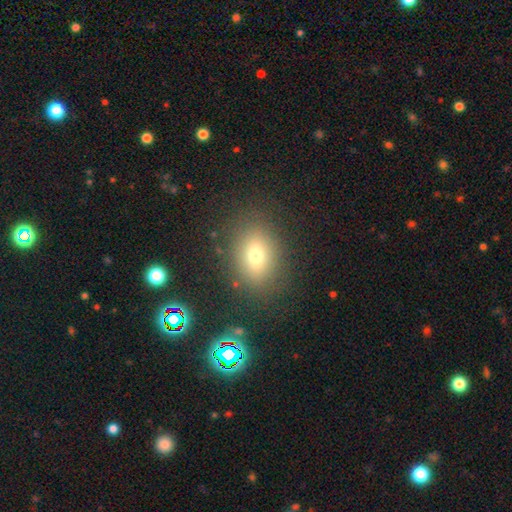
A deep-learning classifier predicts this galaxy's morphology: Smooth or featured? smooth (68%)
How rounded? in between (66%)
Merging? none (83%)